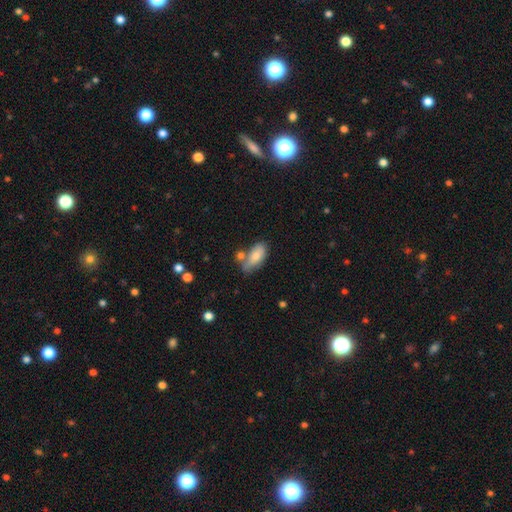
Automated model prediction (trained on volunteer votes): Overall: smooth (78%). How rounded: in between (87%). Merging: none (49%; minor disturbance 23%).